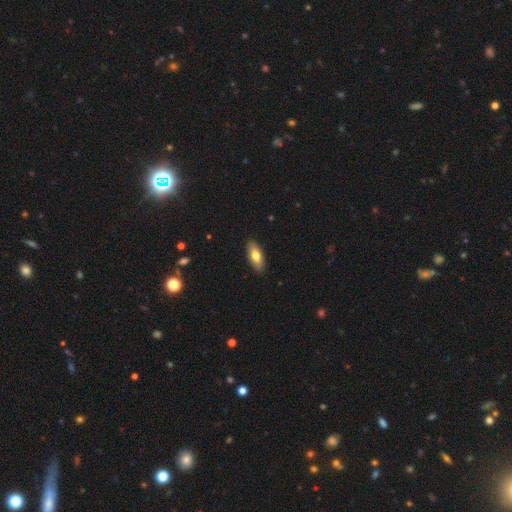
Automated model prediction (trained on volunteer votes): smooth 74%, featured or disk 20%, star or artifact 6%. Down the decision tree: how rounded — in between (79%); merging — none (89%).